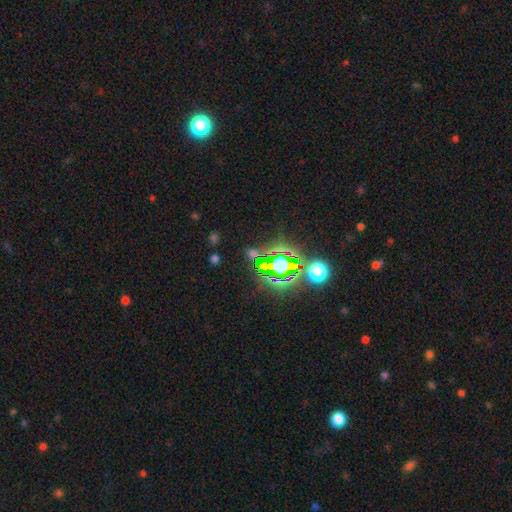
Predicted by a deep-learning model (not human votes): Morphology: type=star or artifact (76%).